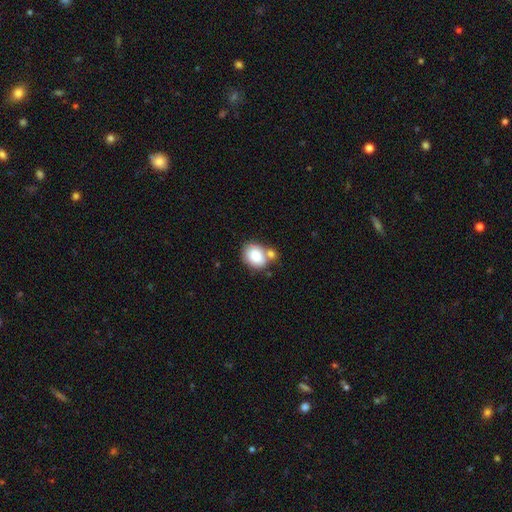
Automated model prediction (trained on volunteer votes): Smooth or featured?
  - smooth: 79% *
  - featured or disk: 14%
  - star or artifact: 8%
How rounded?
  - in between: 52% *
  - round: 47%
  - cigar-shaped: 1%
Merging?
  - none: 49% *
  - merger: 33%
  - minor disturbance: 14%
  - major disturbance: 4%